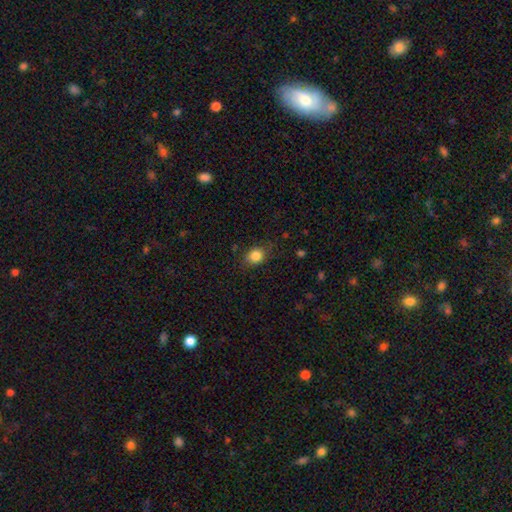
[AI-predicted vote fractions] A smooth galaxy with no disk features (84%) that is round (53%).

Vote fractions:
- Smooth or featured? smooth: 84% / star or artifact: 10% / featured or disk: 6%
- How rounded? round: 53% / in between: 46% / cigar-shaped: 1%
- Merging? none: 77% / minor disturbance: 17% / major disturbance: 5% / merger: 1%